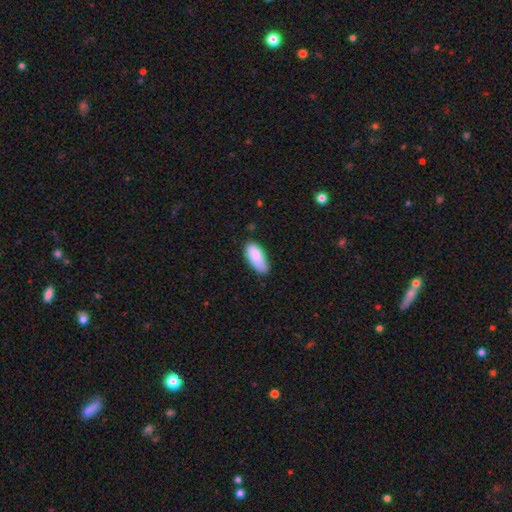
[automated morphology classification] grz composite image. It shows a smooth galaxy with no disk features (85%) that is in between round and cigar-shaped (88%). Merging: none (63%).